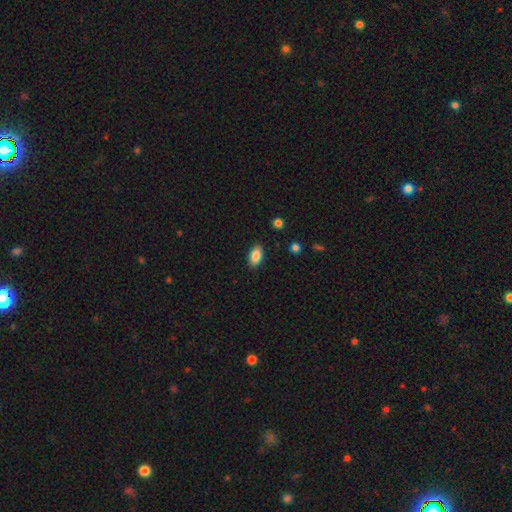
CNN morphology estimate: This appears to be a smooth galaxy with no disk features (86%) that is in between round and cigar-shaped (92%). Merging: none (88%).